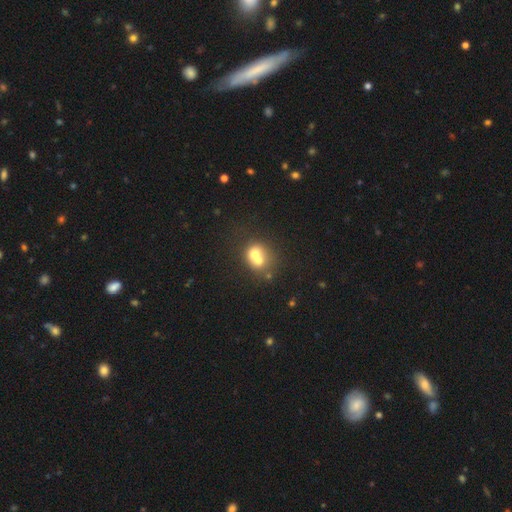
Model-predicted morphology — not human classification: A smooth galaxy with no disk features (63%) that is round (70%). Merging: merger (66%).